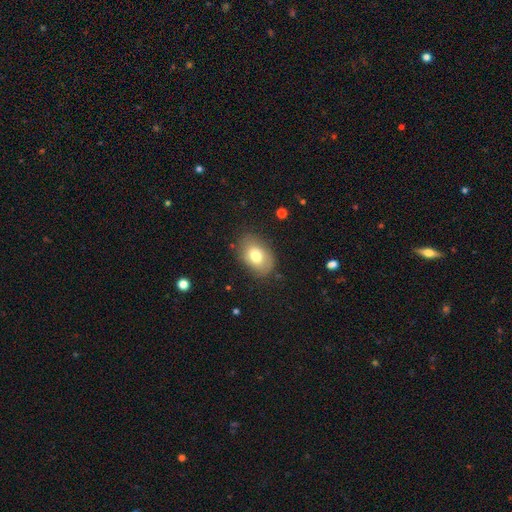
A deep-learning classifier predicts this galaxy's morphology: This is likely a smooth galaxy (74%). How rounded: clearly in between (83%). Merging: likely none (78%).